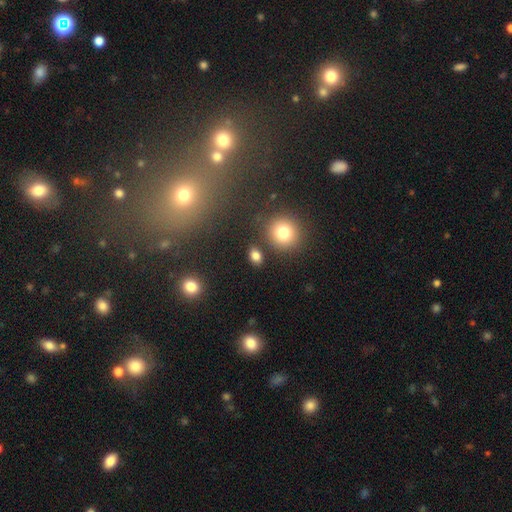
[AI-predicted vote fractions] Overall: smooth (81%). How rounded: in between (63%; round 35%). Merging: none (80%).